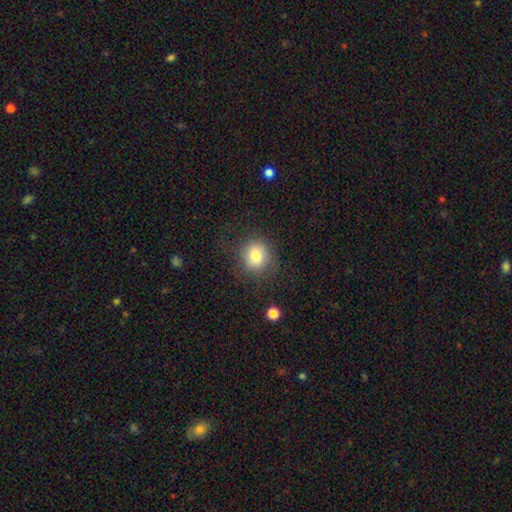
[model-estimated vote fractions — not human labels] Q: Smooth or featured?
A: smooth (79%); runner-up: star or artifact (12%)
Q: How rounded?
A: round (83%); runner-up: in between (16%)
Q: Merging?
A: none (79%); runner-up: minor disturbance (13%)